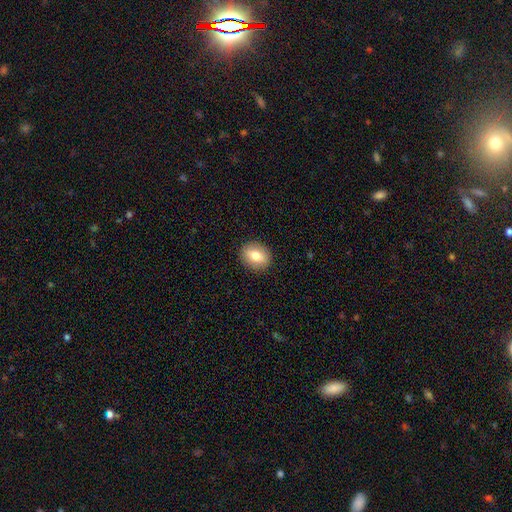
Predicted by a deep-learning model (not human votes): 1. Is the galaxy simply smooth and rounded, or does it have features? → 77% smooth, 15% featured or disk, 8% star or artifact.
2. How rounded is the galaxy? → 49% in between (tied), 49% round (tied), 1% cigar-shaped.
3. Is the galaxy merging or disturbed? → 90% none, 7% minor disturbance, 2% major disturbance, 1% merger.